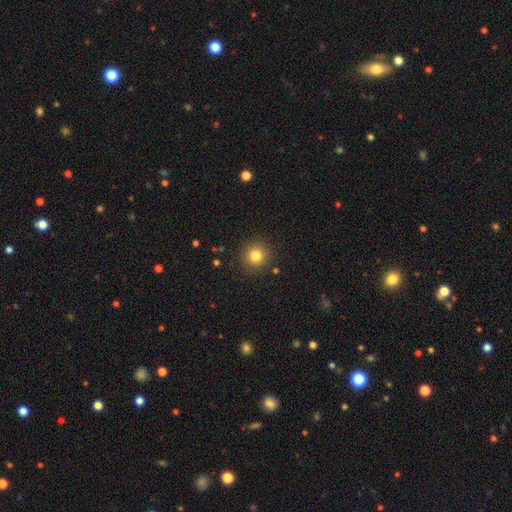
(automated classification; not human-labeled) This appears to be a smooth galaxy with no disk features (82%) that is round (93%). Merging: none (90%).